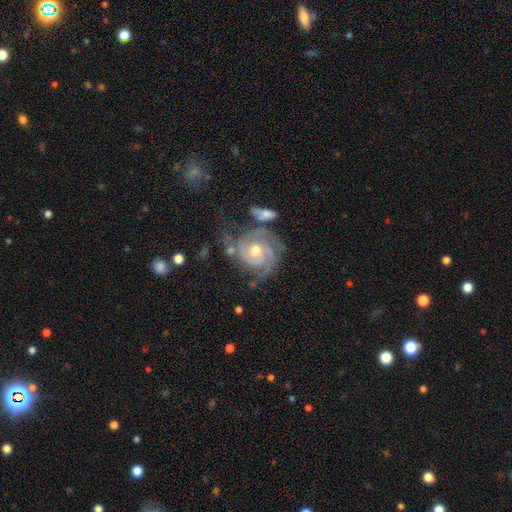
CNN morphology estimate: Smooth or featured?
  - featured or disk: 88% *
  - star or artifact: 6%
  - smooth: 6%
Edge-on disk?
  - no: 97% *
  - yes: 3%
Bar?
  - no: 71% *
  - weak: 21%
  - strong: 7%
Spiral arms?
  - yes: 97% *
  - no: 3%
Spiral winding?
  - tight: 72% *
  - medium: 24%
  - loose: 4%
Spiral arm count?
  - 3: 40% *
  - 2: 30%
  - can't tell: 14%
  - 4: 8%
  - 1: 5%
  - more than 4: 5%
Bulge size?
  - moderate: 64% *
  - small: 32%
  - large: 2%
  - none: 1%
  - dominant: 1%
Merging?
  - none: 58% *
  - minor disturbance: 20%
  - major disturbance: 11%
  - merger: 10%